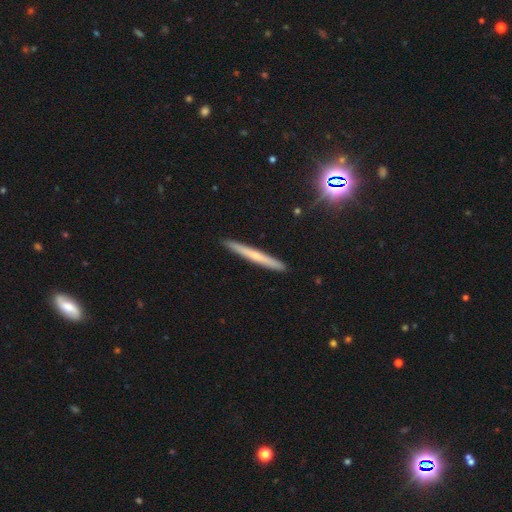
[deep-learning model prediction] Smooth or featured? Predicted: featured or disk (p=0.47). Merging? Predicted: none (p=0.92).